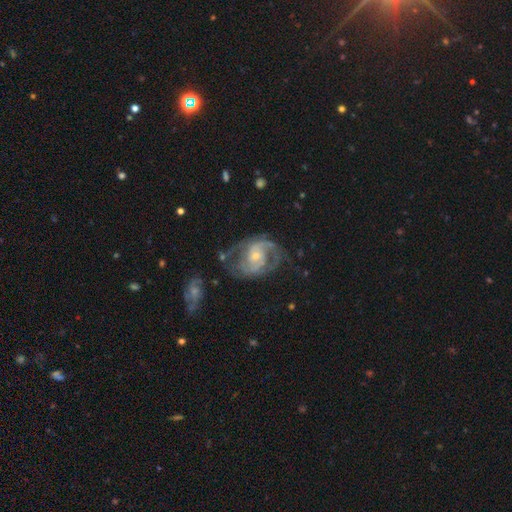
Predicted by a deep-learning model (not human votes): Smooth or featured? Predicted: featured or disk (p=0.86). Edge-on disk? Predicted: no (p=0.97). Bar? Predicted: no (p=0.56). Spiral arms? Predicted: yes (p=0.95). Spiral winding? Predicted: medium (p=0.49). Spiral arm count? Predicted: 2 (p=0.69). Bulge size? Predicted: small (p=0.57). Merging? Predicted: none (p=0.59).